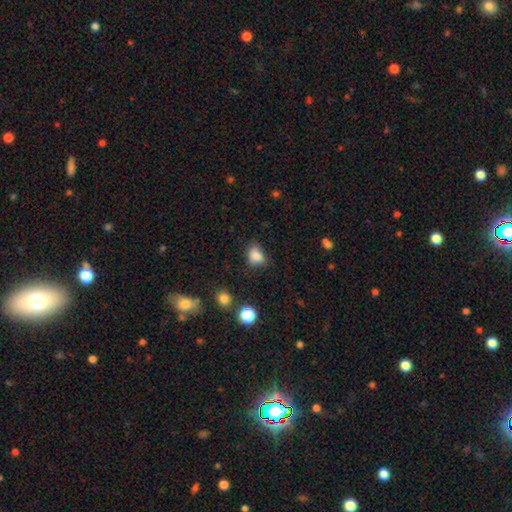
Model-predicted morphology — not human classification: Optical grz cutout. It shows a smooth galaxy with no disk features (83%) that is in between round and cigar-shaped (61%). Merging: none (62%).